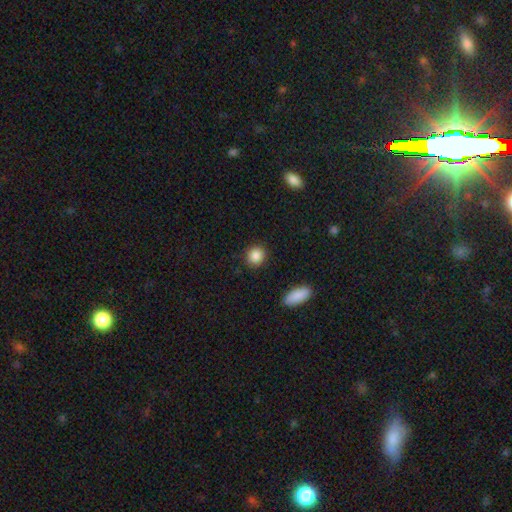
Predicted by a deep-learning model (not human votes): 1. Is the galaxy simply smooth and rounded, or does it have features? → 88% smooth, 9% star or artifact, 4% featured or disk.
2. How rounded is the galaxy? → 84% round, 15% in between, 1% cigar-shaped.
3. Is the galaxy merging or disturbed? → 90% none, 6% minor disturbance, 2% major disturbance, 2% merger.